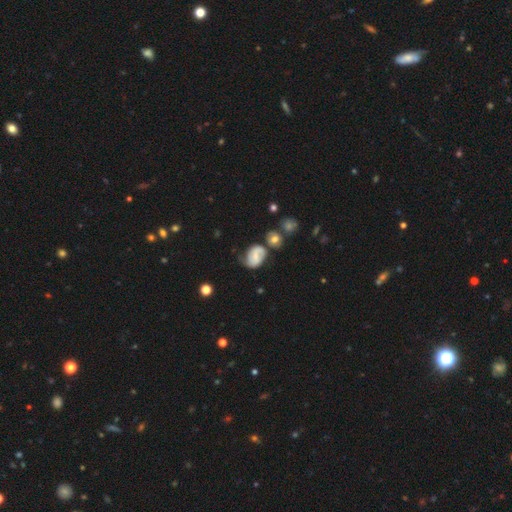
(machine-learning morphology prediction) This appears to be a featured or disk galaxy (51%). Merging: none (46%).